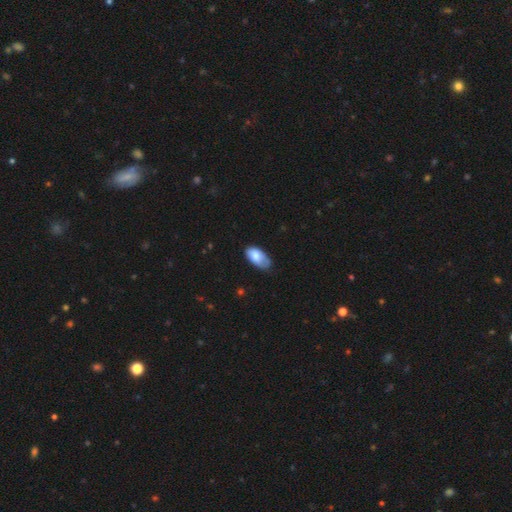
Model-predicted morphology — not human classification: Smooth or featured: smooth — 78% (featured or disk — 16%)
How rounded: in between — 94% (round — 3%)
Merging: none — 51% (minor disturbance — 38%)